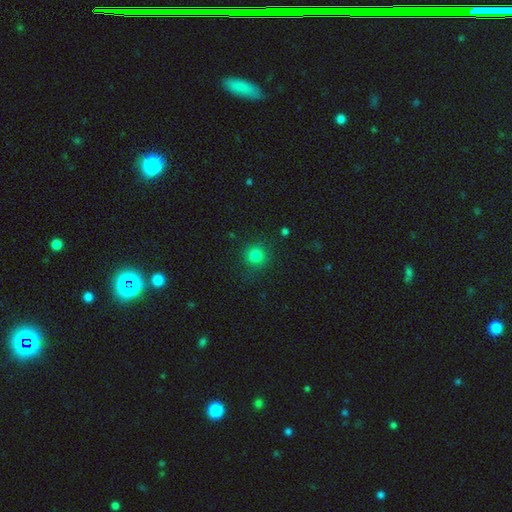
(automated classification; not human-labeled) Smooth or featured?
  - smooth: 81% *
  - star or artifact: 14%
  - featured or disk: 5%
How rounded?
  - round: 92% *
  - in between: 7%
  - cigar-shaped: 1%
Merging?
  - none: 86% *
  - minor disturbance: 9%
  - major disturbance: 3%
  - merger: 2%